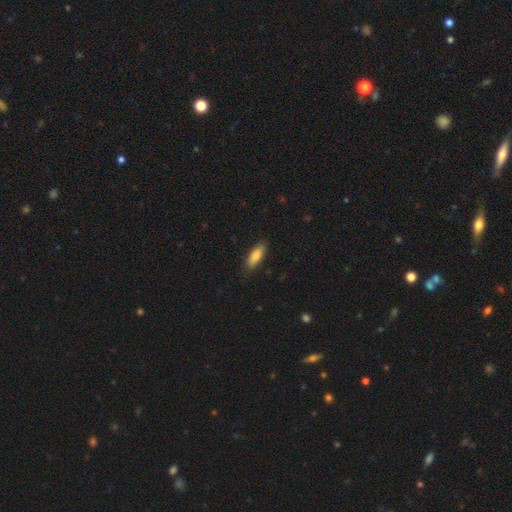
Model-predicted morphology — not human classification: Smooth or featured? smooth (82%)
How rounded? in between (67%)
Merging? none (83%)